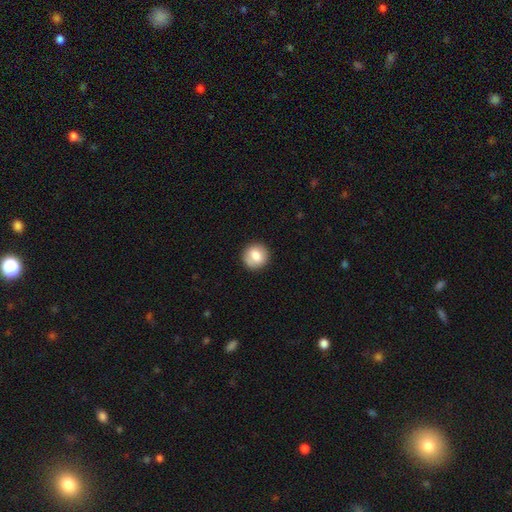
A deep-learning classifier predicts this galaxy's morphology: This is likely a smooth galaxy (77%). How rounded: clearly round (89%). Merging: clearly none (88%).